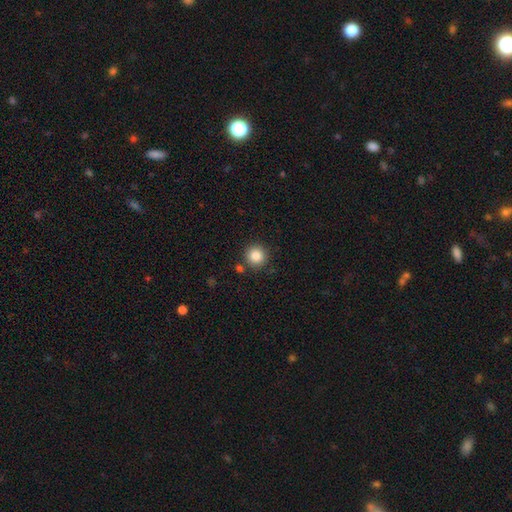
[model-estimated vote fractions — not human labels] smooth_or_featured: smooth (p=0.84) [alt: star or artifact p=0.10]
how_rounded: round (p=0.94) [alt: in between p=0.05]
merging: none (p=0.86) [alt: minor disturbance p=0.07]